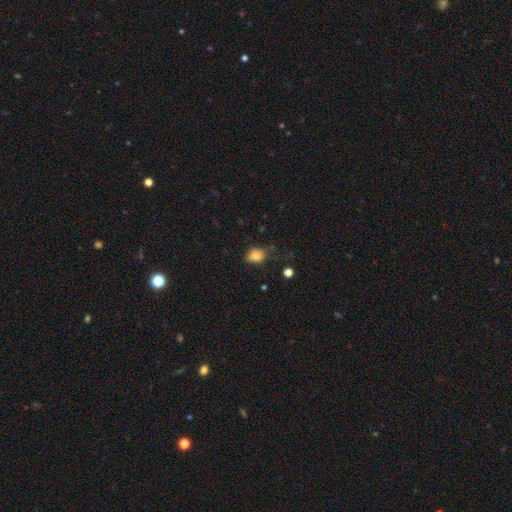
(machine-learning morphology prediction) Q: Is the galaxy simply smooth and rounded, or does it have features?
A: smooth — 81%.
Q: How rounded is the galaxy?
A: in between — 52%.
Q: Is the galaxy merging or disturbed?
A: none — 58%.